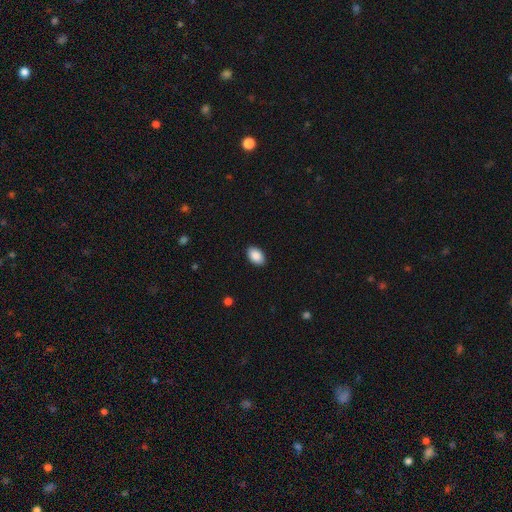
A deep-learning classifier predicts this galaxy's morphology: Smooth or featured? smooth (89%)
How rounded? in between (90%)
Merging? none (89%)